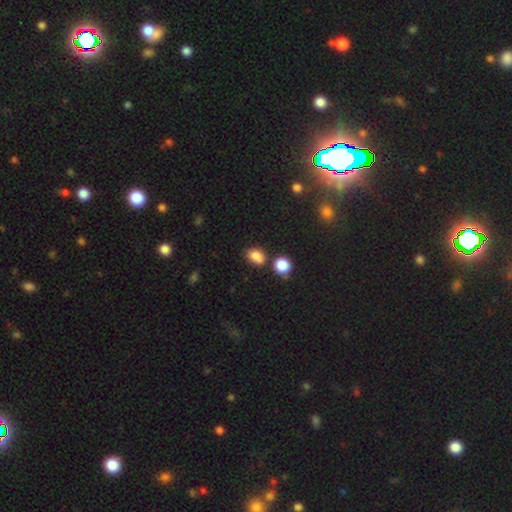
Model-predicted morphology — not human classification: Smooth or featured? Predicted: smooth (p=0.81). How rounded? Predicted: in between (p=0.71). Merging? Predicted: none (p=0.59).